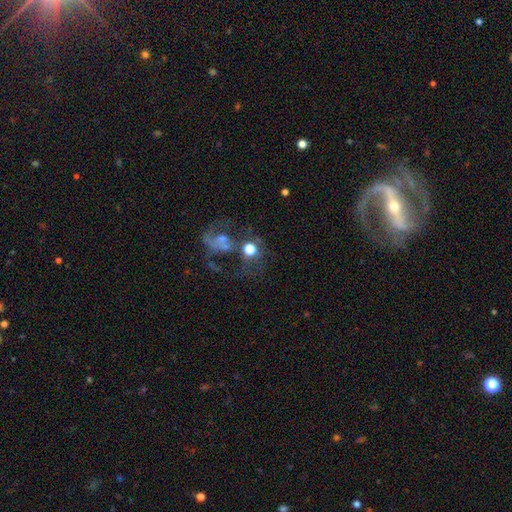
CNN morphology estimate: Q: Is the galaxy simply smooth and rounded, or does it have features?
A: featured or disk — 58%.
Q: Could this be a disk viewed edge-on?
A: no — 95%.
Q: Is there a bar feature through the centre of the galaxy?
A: no — 58%.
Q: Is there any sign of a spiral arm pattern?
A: yes — 72%.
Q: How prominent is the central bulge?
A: small — 41%.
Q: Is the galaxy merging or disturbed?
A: none — 33%.